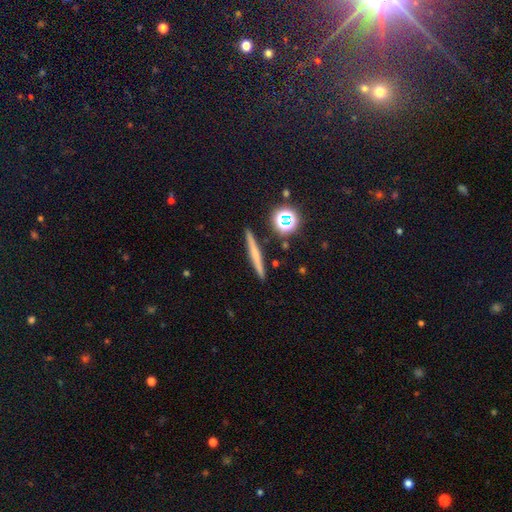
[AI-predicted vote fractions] Morphology: type=smooth (49%); merging=none (90%).